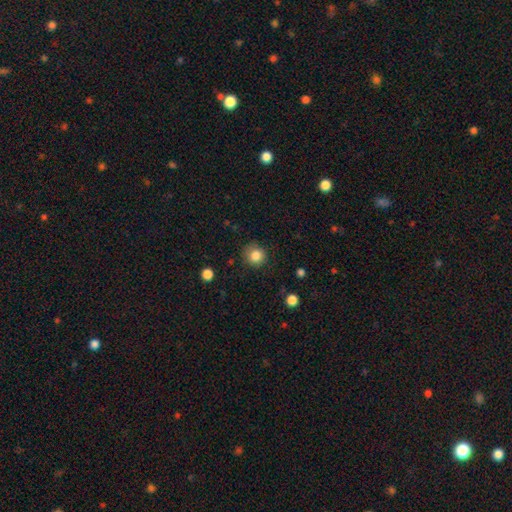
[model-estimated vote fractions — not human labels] The model was most divided on "merging": none: 81%, minor disturbance: 14%, major disturbance: 4%, merger: 1%. More confident: how rounded — round (90%); smooth or featured — smooth (84%).